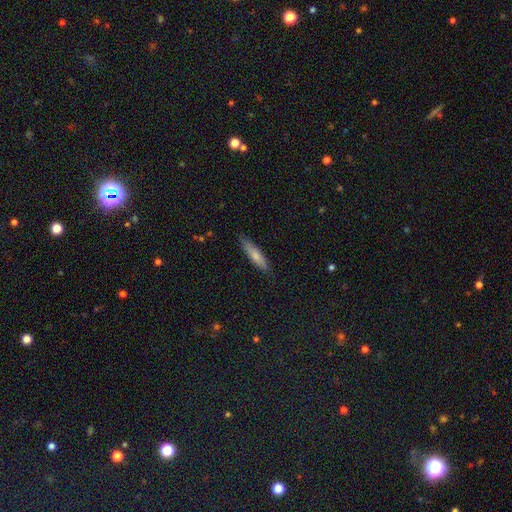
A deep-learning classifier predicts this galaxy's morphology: Smooth or featured? Predicted: smooth (p=0.71). How rounded? Predicted: cigar-shaped (p=0.82). Merging? Predicted: none (p=0.84).